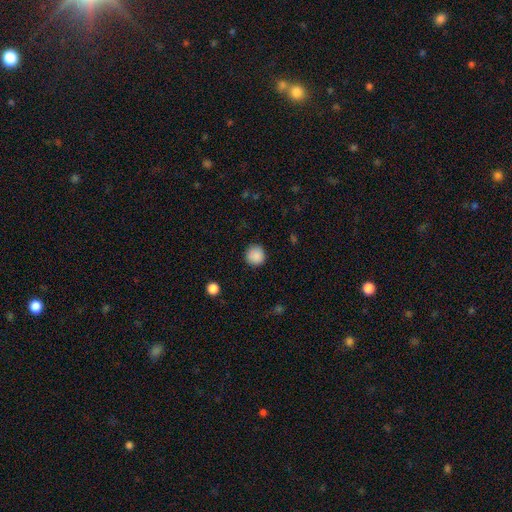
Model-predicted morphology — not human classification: Smooth or featured?
  - smooth: 87% *
  - star or artifact: 9%
  - featured or disk: 4%
How rounded?
  - round: 92% *
  - in between: 7%
  - cigar-shaped: 1%
Merging?
  - none: 85% *
  - minor disturbance: 11%
  - major disturbance: 3%
  - merger: 1%